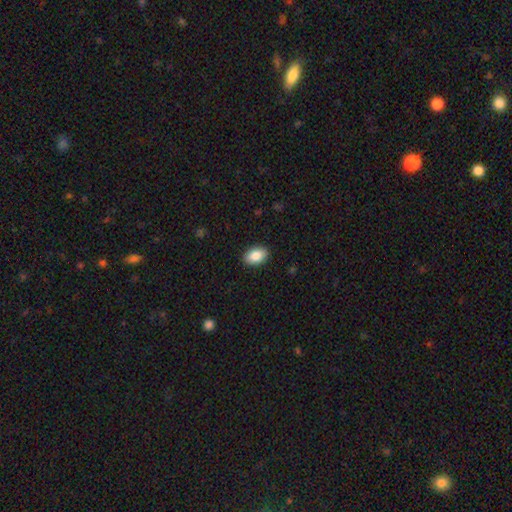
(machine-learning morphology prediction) Q: Smooth or featured?
A: smooth (86%); runner-up: featured or disk (7%)
Q: How rounded?
A: in between (91%); runner-up: round (8%)
Q: Merging?
A: none (90%); runner-up: minor disturbance (7%)